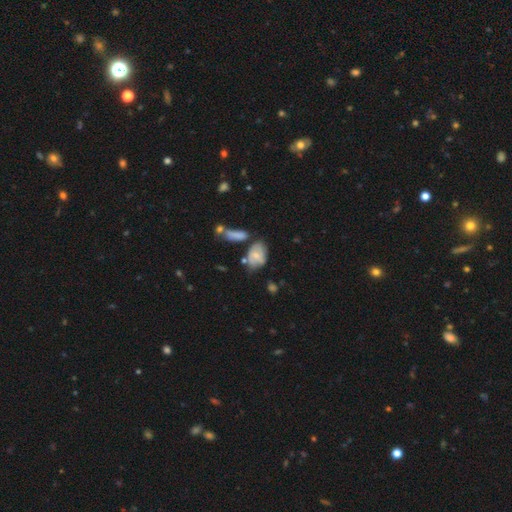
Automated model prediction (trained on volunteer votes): Smooth or featured? Predicted: smooth (p=0.55). How rounded? Predicted: in between (p=0.82). Merging? Predicted: none (p=0.44).